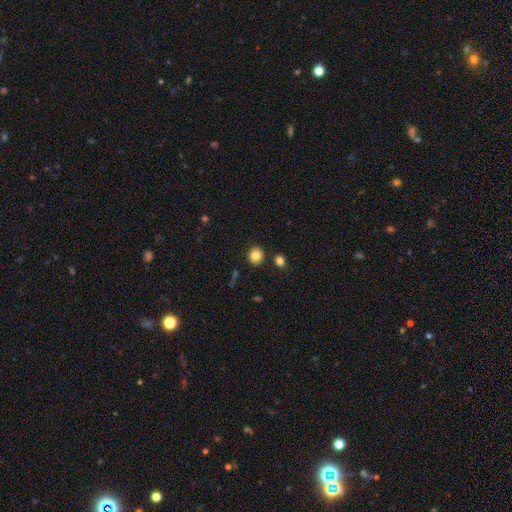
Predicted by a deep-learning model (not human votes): This appears to be a smooth galaxy with no disk features (83%) that is round (86%). Merging: none (87%).